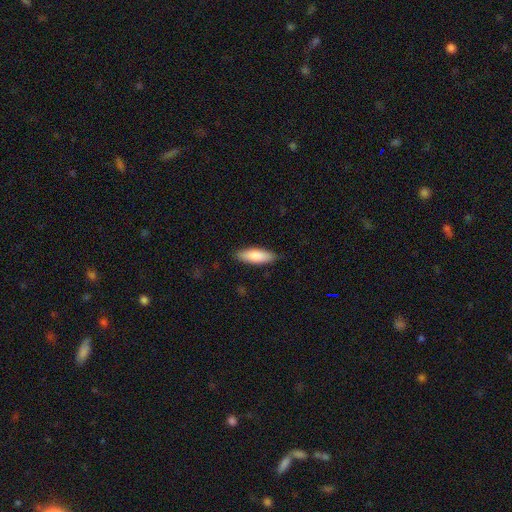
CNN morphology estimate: This appears to be a smooth galaxy with no disk features (85%) that is in between round and cigar-shaped (57%). Merging: none (85%).